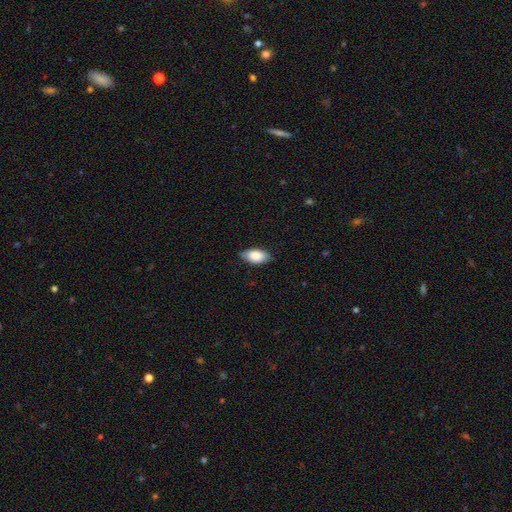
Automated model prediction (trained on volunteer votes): Smooth or featured? smooth (85%)
How rounded? in between (93%)
Merging? none (82%)